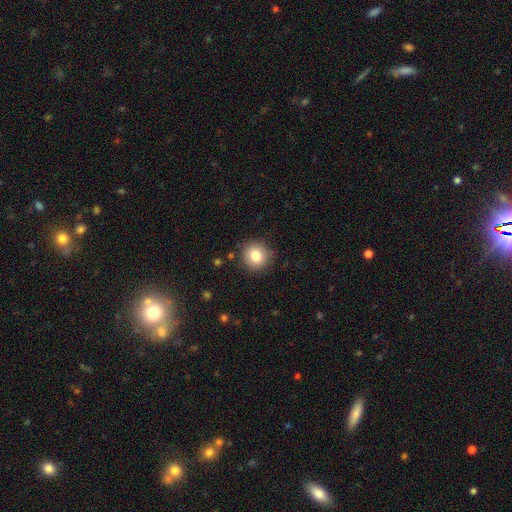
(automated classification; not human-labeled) smooth-or-featured: smooth: 81% | star or artifact: 10% | featured or disk: 9%
  how-rounded: round: 92% | in between: 7% | cigar-shaped: 1%
  merging: none: 88% | minor disturbance: 8% | major disturbance: 2% | merger: 1%